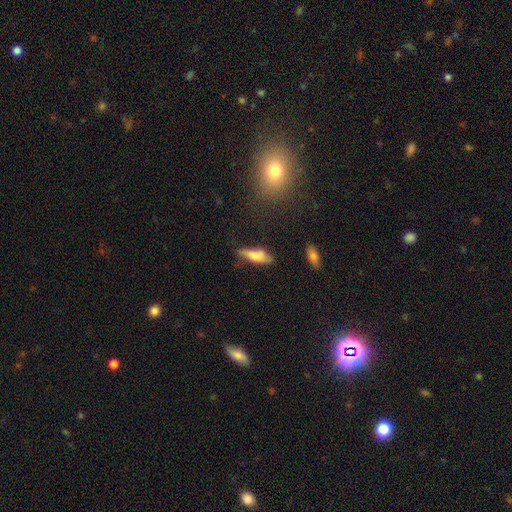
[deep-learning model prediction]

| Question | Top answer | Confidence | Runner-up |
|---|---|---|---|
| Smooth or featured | smooth | 72% | featured or disk (21%) |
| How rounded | in between | 51% | cigar-shaped (47%) |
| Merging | none | 56% | minor disturbance (30%) |